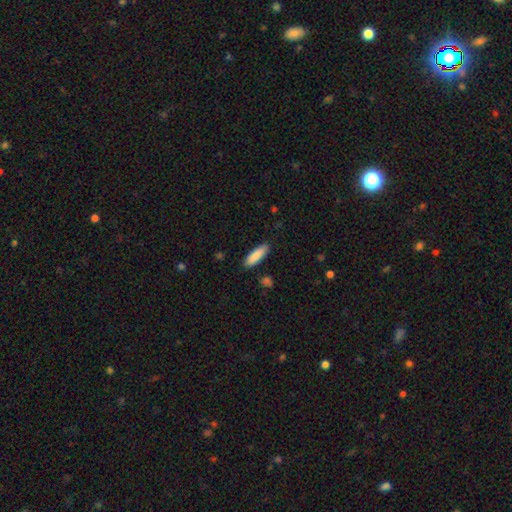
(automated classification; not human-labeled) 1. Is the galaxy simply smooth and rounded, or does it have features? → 88% smooth, 7% featured or disk, 6% star or artifact.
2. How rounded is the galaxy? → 49% cigar-shaped (tied), 49% in between (tied), 2% round.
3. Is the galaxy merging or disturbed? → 88% none, 9% minor disturbance, 2% major disturbance, 2% merger.